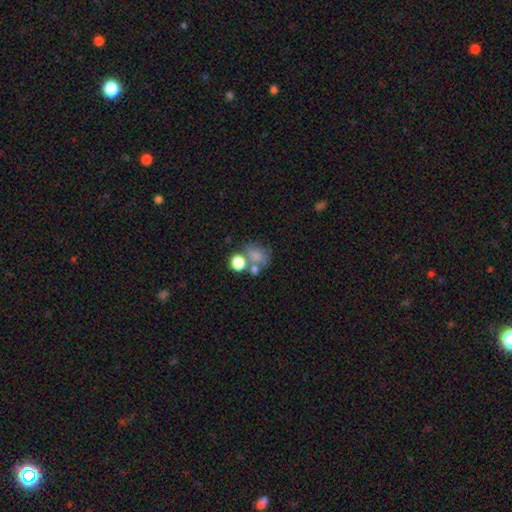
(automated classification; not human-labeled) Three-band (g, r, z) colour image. It shows a smooth galaxy with no disk features (70%) that is round (61%). Merging: merger (41%).